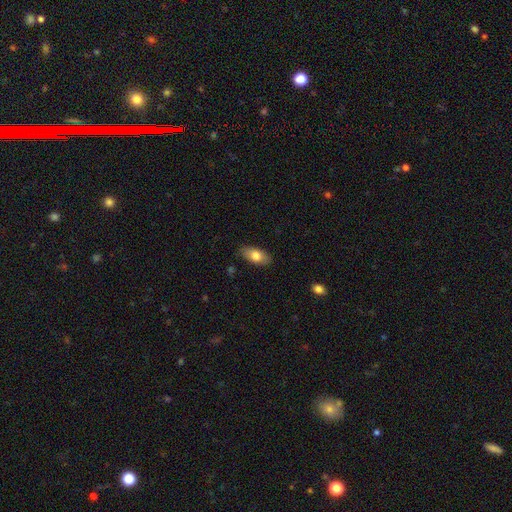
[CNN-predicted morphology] smooth_or_featured: smooth (p=0.76) [alt: featured or disk p=0.17]
how_rounded: in between (p=0.88) [alt: cigar-shaped p=0.08]
merging: none (p=0.85) [alt: minor disturbance p=0.11]